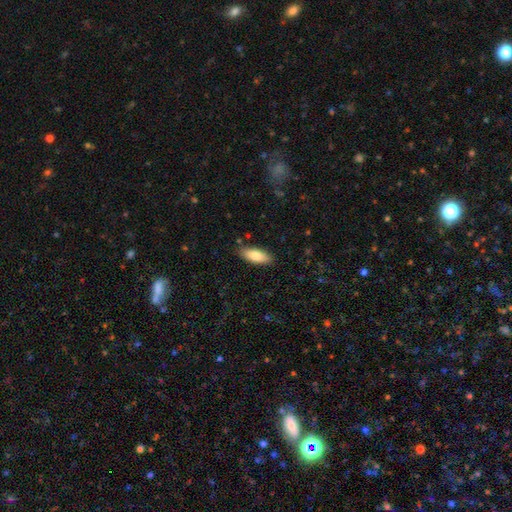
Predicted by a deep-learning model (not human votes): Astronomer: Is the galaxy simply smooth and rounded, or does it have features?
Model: smooth — 84%.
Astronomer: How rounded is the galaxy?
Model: in between — 78%.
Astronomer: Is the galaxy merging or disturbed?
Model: none — 86%.